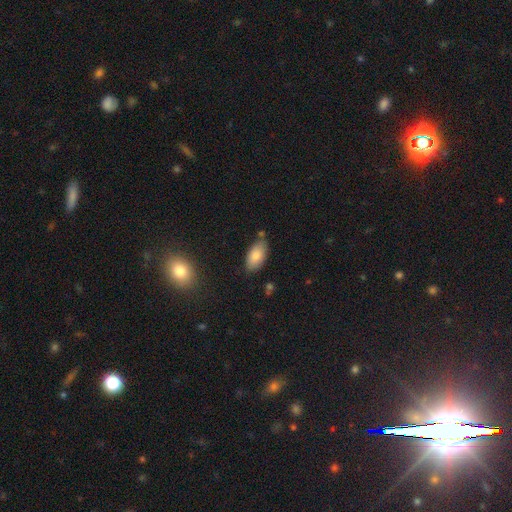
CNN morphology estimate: The model was most divided on "merging": none: 74%, minor disturbance: 18%, merger: 5%, major disturbance: 3%. More confident: how rounded — in between (94%); smooth or featured — smooth (83%).